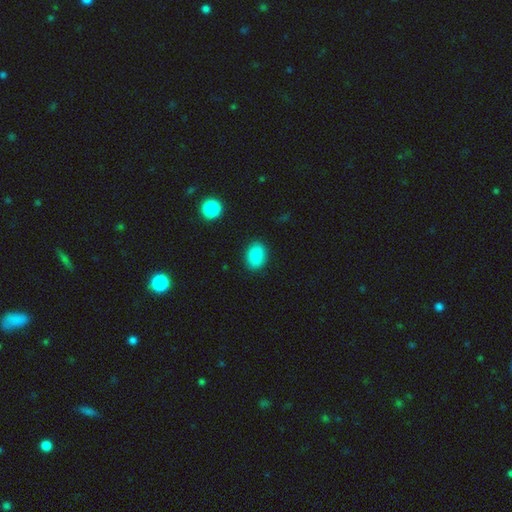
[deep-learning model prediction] A smooth galaxy with no disk features (88%) that is in between round and cigar-shaped (72%).

Vote fractions:
- Smooth or featured? smooth: 88% / star or artifact: 9% / featured or disk: 4%
- How rounded? in between: 72% / round: 27% / cigar-shaped: 1%
- Merging? none: 88% / minor disturbance: 9% / major disturbance: 2% / merger: 1%